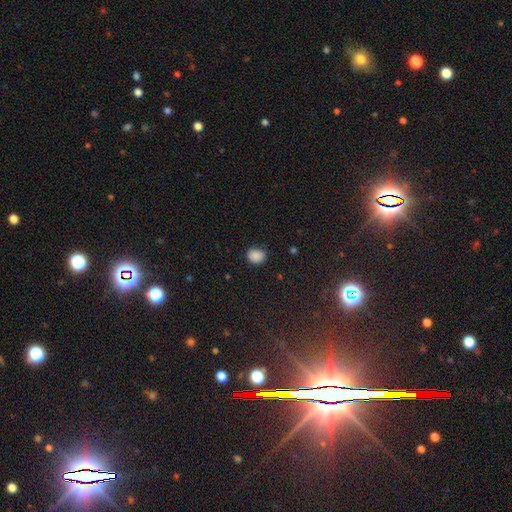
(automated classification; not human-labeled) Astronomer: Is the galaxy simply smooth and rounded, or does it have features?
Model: smooth — 87%.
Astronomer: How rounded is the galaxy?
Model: round — 57% (runner-up: in between, 42%).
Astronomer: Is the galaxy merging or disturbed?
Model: none — 82%.